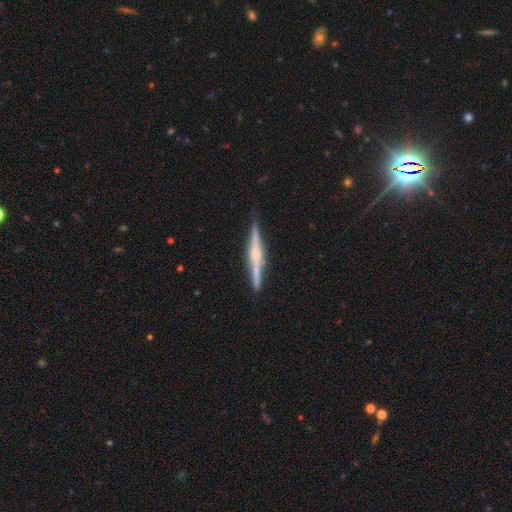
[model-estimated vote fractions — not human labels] Morphology: type=featured or disk (78%); edge-on=yes (98%); edge-on bulge=rounded (66%); merging=none (88%).